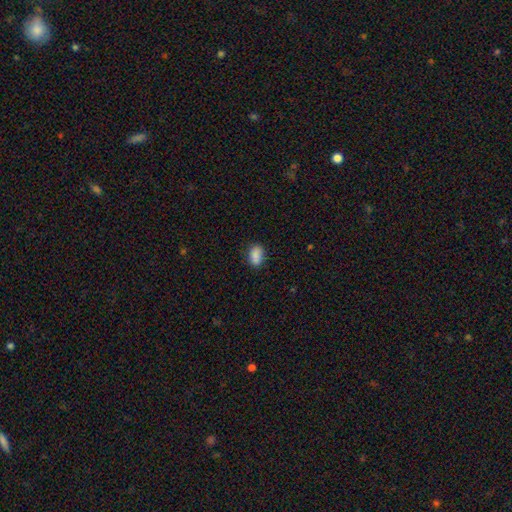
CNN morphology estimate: smooth 86%, star or artifact 8%, featured or disk 5%. Down the decision tree: how rounded — in between (85%); merging — none (80%).